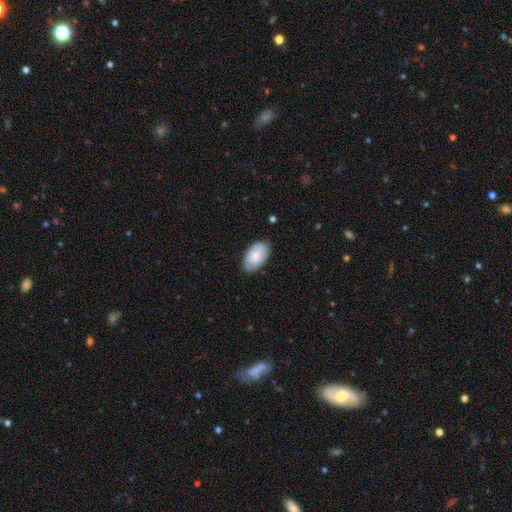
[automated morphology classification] Smooth or featured: smooth — 80% (featured or disk — 14%)
How rounded: in between — 94% (round — 4%)
Merging: none — 81% (minor disturbance — 16%)